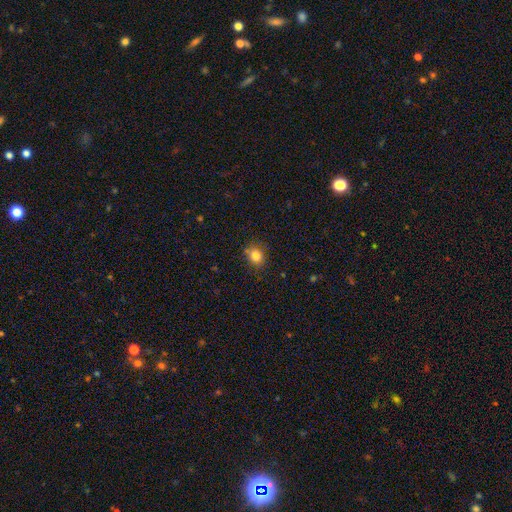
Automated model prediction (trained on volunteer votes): Smooth or featured?
  - smooth: 82% *
  - star or artifact: 12%
  - featured or disk: 6%
How rounded?
  - round: 66% *
  - in between: 33%
  - cigar-shaped: 1%
Merging?
  - none: 78% *
  - minor disturbance: 16%
  - major disturbance: 3%
  - merger: 3%